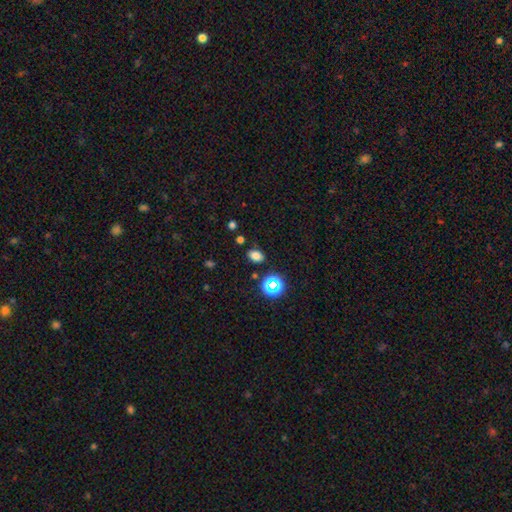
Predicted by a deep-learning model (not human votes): Smooth or featured?
  - smooth: 75% *
  - star or artifact: 19%
  - featured or disk: 6%
How rounded?
  - in between: 76% *
  - round: 22%
  - cigar-shaped: 1%
Merging?
  - none: 82% *
  - minor disturbance: 11%
  - merger: 3%
  - major disturbance: 3%